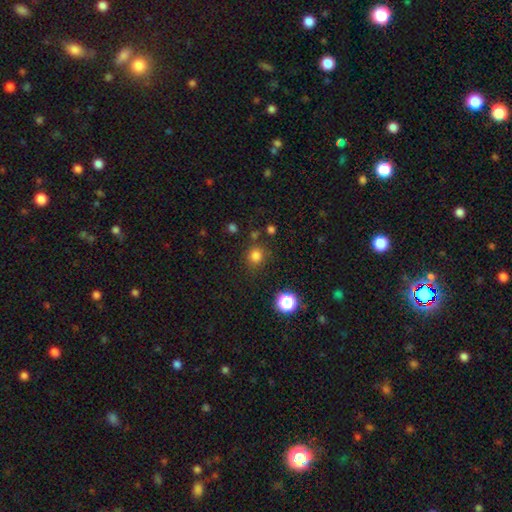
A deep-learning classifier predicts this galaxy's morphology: Smooth or featured: smooth — 80% (star or artifact — 16%)
How rounded: round — 88% (in between — 11%)
Merging: none — 82% (minor disturbance — 10%)